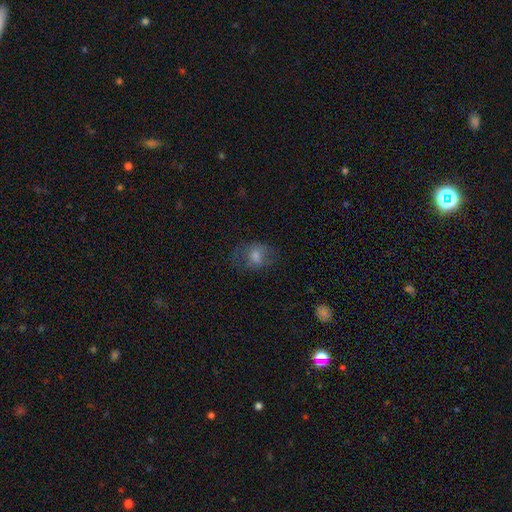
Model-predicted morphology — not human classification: This appears to be a smooth galaxy with no disk features (64%) that is in between round and cigar-shaped (59%). Merging: none (59%).